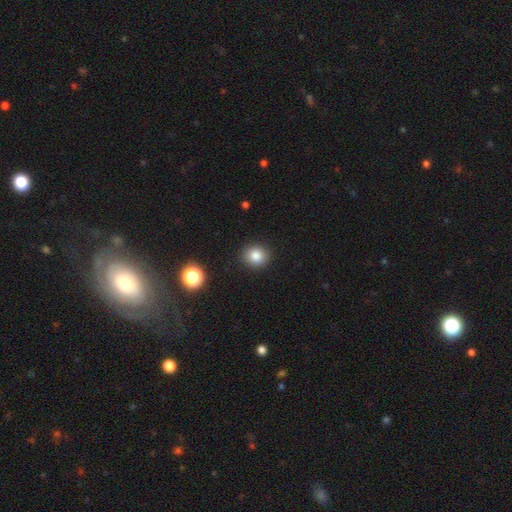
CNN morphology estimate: The model was most divided on "how rounded": round: 85%, in between: 14%, cigar-shaped: 1%. More confident: merging — none (90%); smooth or featured — smooth (83%).